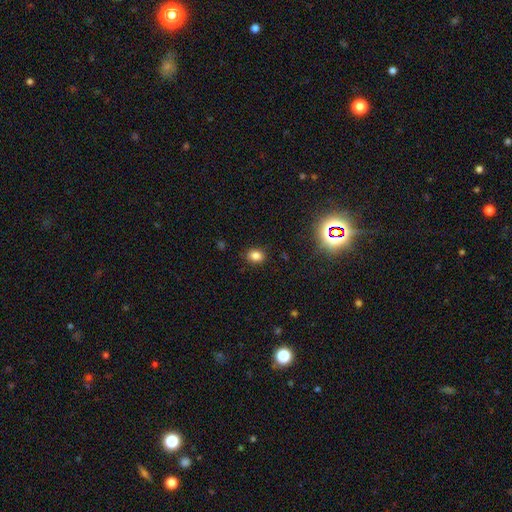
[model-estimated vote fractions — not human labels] smooth-or-featured: smooth: 81% | star or artifact: 14% | featured or disk: 5%
  how-rounded: in between: 58% | round: 40% | cigar-shaped: 1%
  merging: none: 87% | minor disturbance: 9% | major disturbance: 3% | merger: 1%